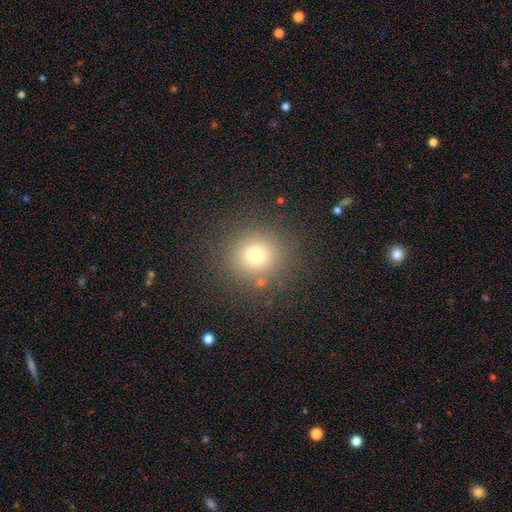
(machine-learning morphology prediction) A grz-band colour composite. It shows a smooth galaxy with no disk features (71%) that is round (93%). Merging: none (86%).